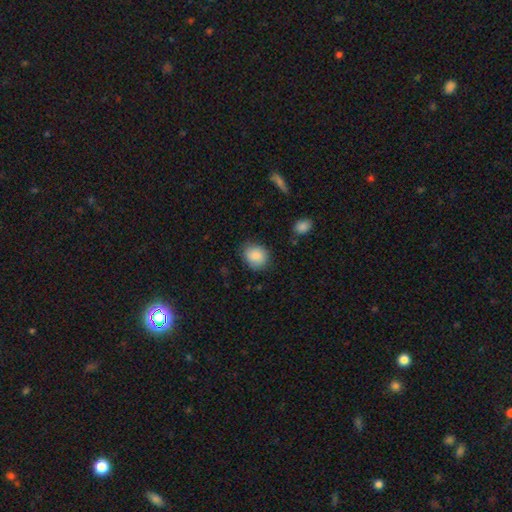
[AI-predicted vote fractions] Smooth or featured? Predicted: smooth (p=0.87). How rounded? Predicted: round (p=0.67). Merging? Predicted: none (p=0.79).